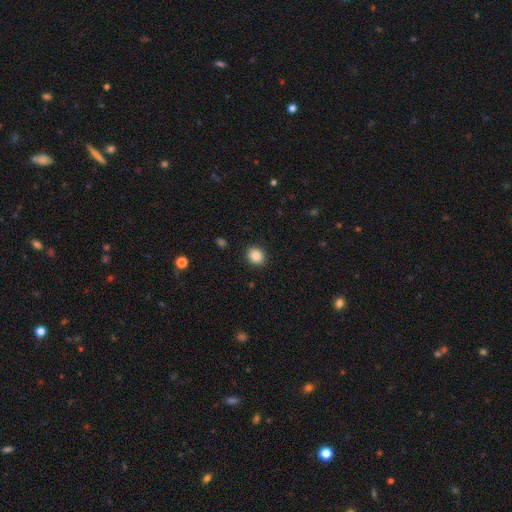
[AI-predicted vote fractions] This is clearly a smooth galaxy (86%). How rounded: likely round (65%). Merging: clearly none (91%).